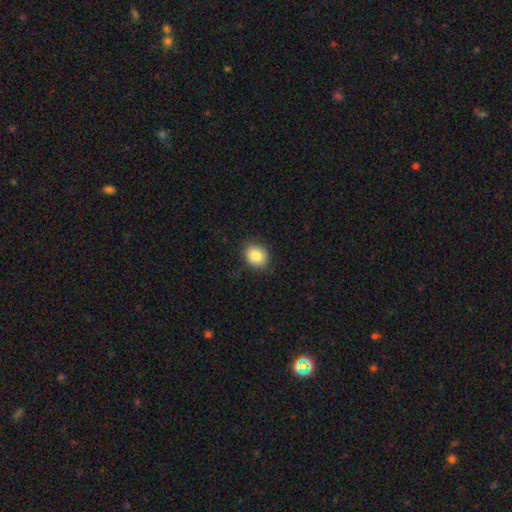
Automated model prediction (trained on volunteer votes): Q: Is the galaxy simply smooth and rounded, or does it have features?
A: smooth — 85%.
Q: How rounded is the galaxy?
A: round — 61%.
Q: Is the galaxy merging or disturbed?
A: none — 87%.